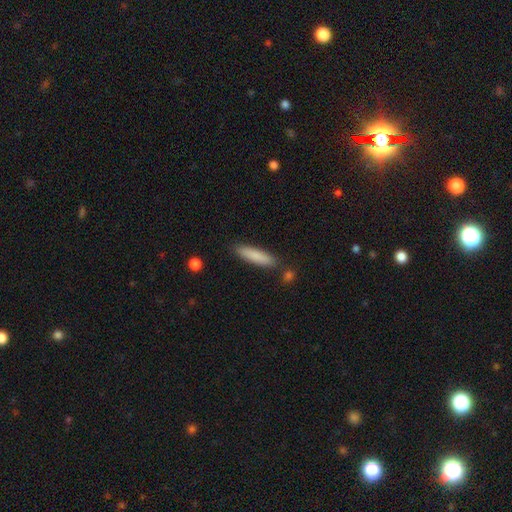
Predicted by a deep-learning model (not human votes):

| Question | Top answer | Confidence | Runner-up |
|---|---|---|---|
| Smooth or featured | smooth | 84% | featured or disk (9%) |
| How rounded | cigar-shaped | 80% | in between (19%) |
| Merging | none | 85% | minor disturbance (10%) |